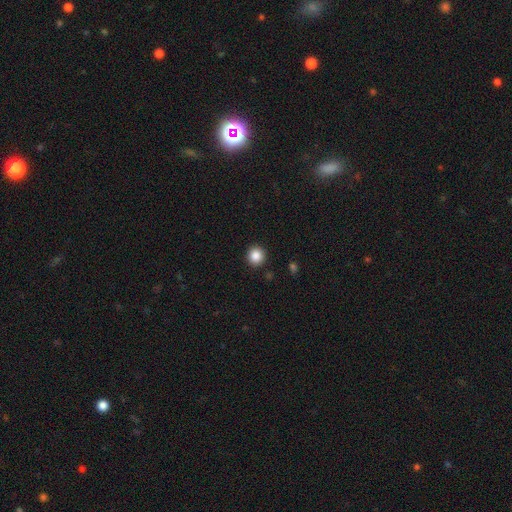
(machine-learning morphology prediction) Smooth or featured?
  - smooth: 86% *
  - star or artifact: 10%
  - featured or disk: 4%
How rounded?
  - round: 93% *
  - in between: 6%
  - cigar-shaped: 1%
Merging?
  - none: 92% *
  - minor disturbance: 5%
  - major disturbance: 2%
  - merger: 1%